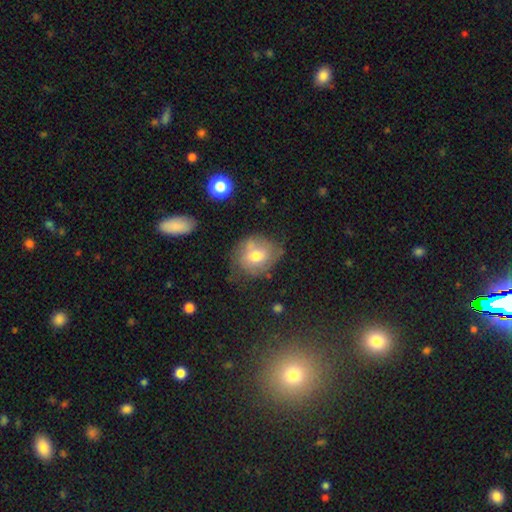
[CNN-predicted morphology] type=smooth (64%); roundness=round (68%); merging=none (57%).